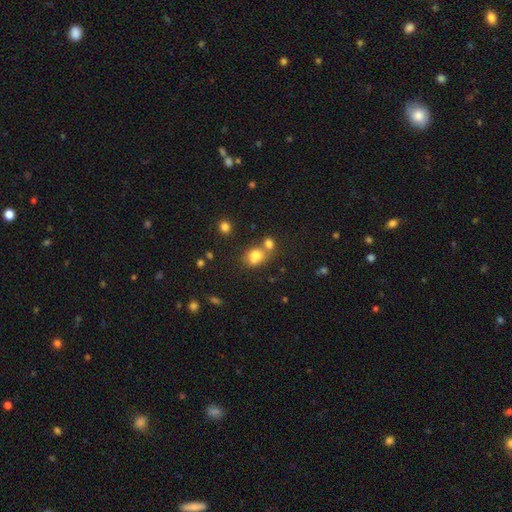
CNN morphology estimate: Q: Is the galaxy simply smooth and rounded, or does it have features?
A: smooth — 74%.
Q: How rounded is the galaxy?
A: round — 54%.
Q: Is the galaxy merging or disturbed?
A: merger — 47%.